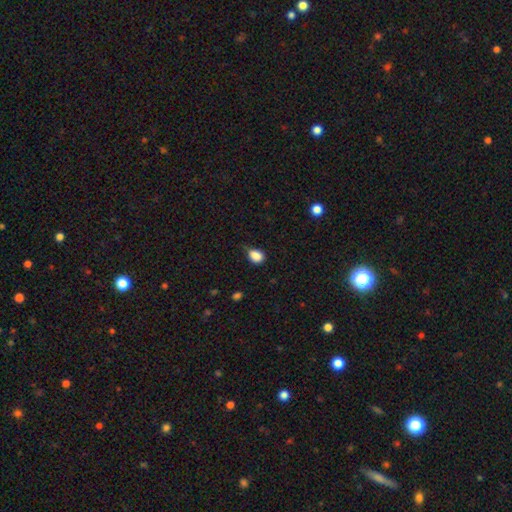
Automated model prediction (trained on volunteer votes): This is clearly a smooth galaxy (87%). How rounded: likely in between (66%). Merging: possibly none (57%).